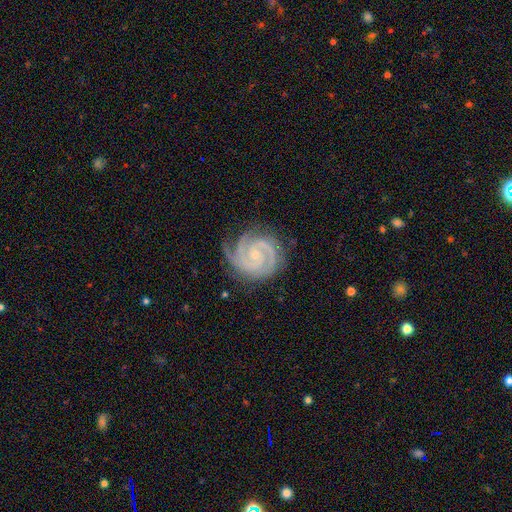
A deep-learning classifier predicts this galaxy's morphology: Q: Smooth or featured?
A: featured or disk (93%); runner-up: star or artifact (4%)
Q: Edge-on disk?
A: no (98%); runner-up: yes (2%)
Q: Bar?
A: no (63%); runner-up: weak (28%)
Q: Spiral arms?
A: yes (99%); runner-up: no (1%)
Q: Spiral winding?
A: tight (74%); runner-up: medium (24%)
Q: Spiral arm count?
A: 2 (54%); runner-up: 3 (30%)
Q: Bulge size?
A: small (78%); runner-up: moderate (18%)
Q: Merging?
A: none (77%); runner-up: minor disturbance (17%)